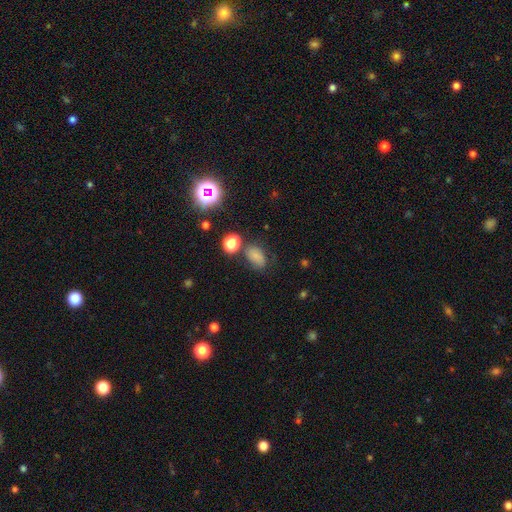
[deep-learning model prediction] This appears to be a smooth galaxy with no disk features (71%) that is in between round and cigar-shaped (84%). Merging: none (62%).